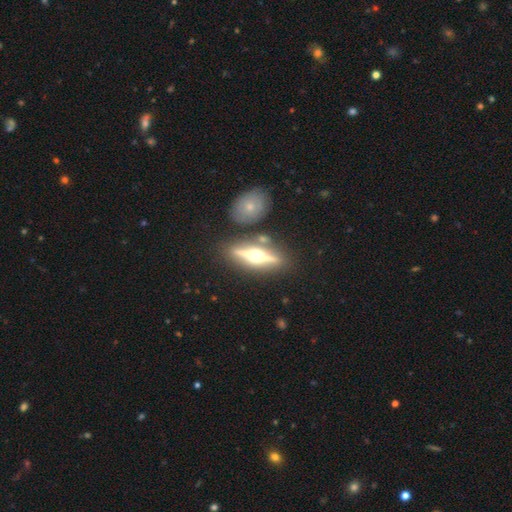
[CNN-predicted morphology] This appears to be a featured or disk galaxy (80%) viewed edge-on (96%) with a rounded central bulge (96%). Merging: none (83%).